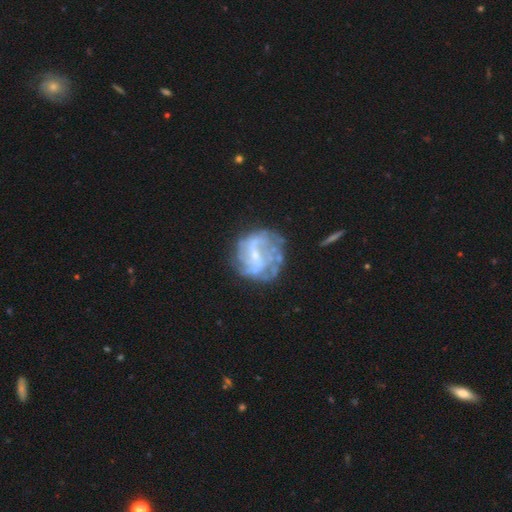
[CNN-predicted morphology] Q: Smooth or featured?
A: featured or disk (73%); runner-up: smooth (18%)
Q: Edge-on disk?
A: no (98%); runner-up: yes (2%)
Q: Bar?
A: weak (48%); runner-up: no (37%)
Q: Spiral arms?
A: yes (71%); runner-up: no (29%)
Q: Spiral winding?
A: tight (37%); runner-up: medium (36%)
Q: Spiral arm count?
A: can't tell (45%); runner-up: 2 (22%)
Q: Bulge size?
A: small (59%); runner-up: moderate (24%)
Q: Merging?
A: none (59%); runner-up: minor disturbance (19%)